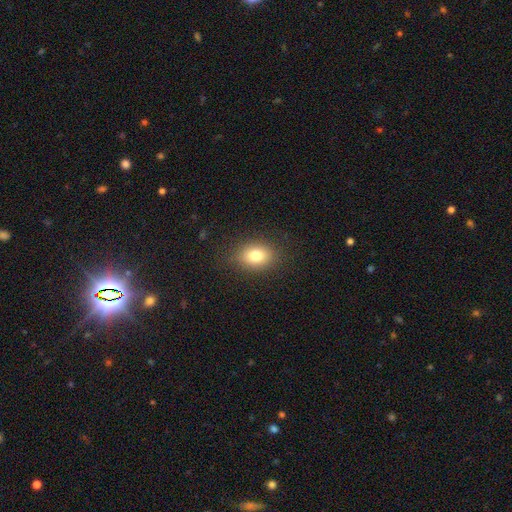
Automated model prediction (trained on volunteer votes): smooth 79%, star or artifact 11%, featured or disk 10%. Down the decision tree: how rounded — in between (71%); merging — none (86%).